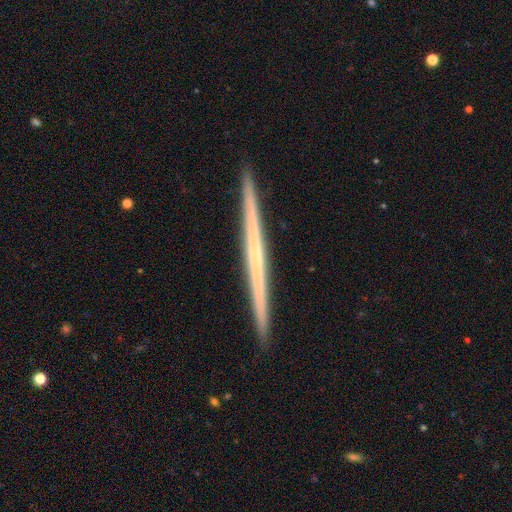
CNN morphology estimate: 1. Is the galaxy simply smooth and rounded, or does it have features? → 64% featured or disk, 31% smooth, 5% star or artifact.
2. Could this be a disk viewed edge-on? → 98% yes, 2% no.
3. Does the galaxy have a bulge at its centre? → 87% none, 10% rounded, 4% boxy.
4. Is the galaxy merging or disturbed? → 93% none, 5% minor disturbance, 1% major disturbance, 1% merger.